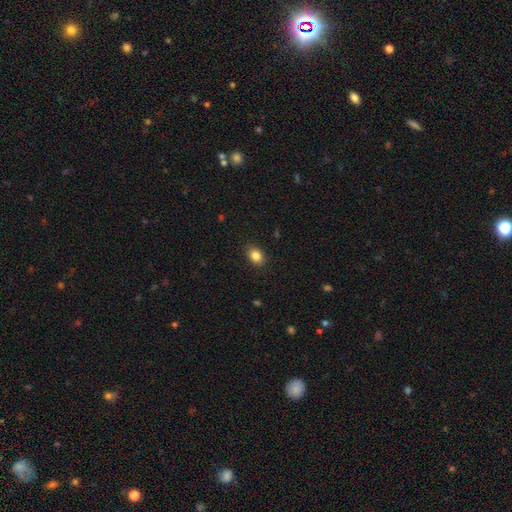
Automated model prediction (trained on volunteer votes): Smooth or featured? smooth (85%)
How rounded? in between (73%)
Merging? none (88%)